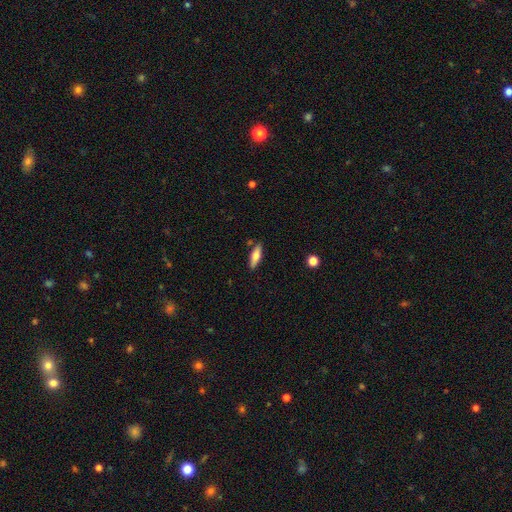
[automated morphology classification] Q: Smooth or featured?
A: smooth (65%); runner-up: featured or disk (28%)
Q: How rounded?
A: cigar-shaped (55%); runner-up: in between (43%)
Q: Merging?
A: none (84%); runner-up: minor disturbance (11%)